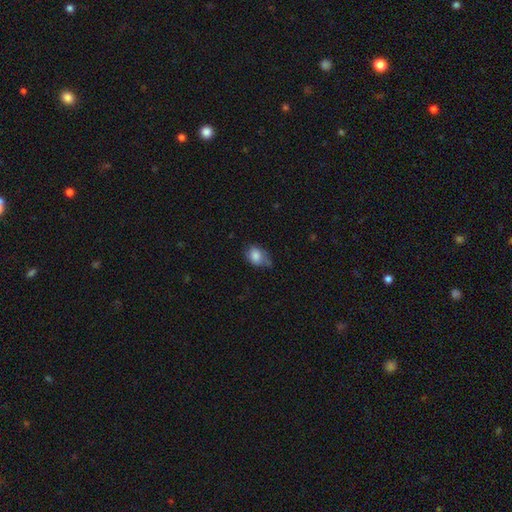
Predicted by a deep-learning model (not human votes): smooth_or_featured: smooth (p=0.82) [alt: featured or disk p=0.10]
how_rounded: in between (p=0.73) [alt: round p=0.26]
merging: none (p=0.49) [alt: minor disturbance p=0.37]